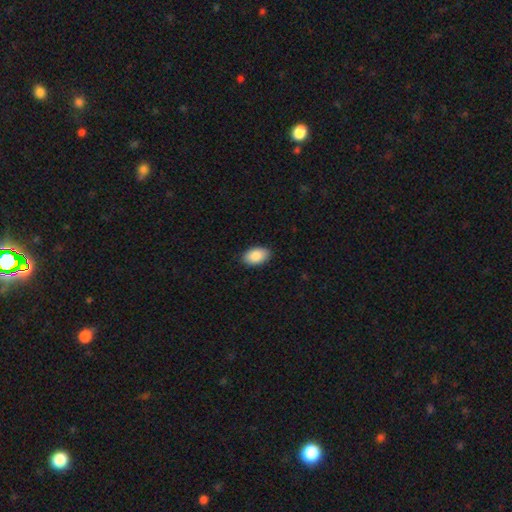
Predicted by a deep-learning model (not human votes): A smooth galaxy with no disk features (88%) that is in between round and cigar-shaped (93%).

Vote fractions:
- Smooth or featured? smooth: 88% / star or artifact: 6% / featured or disk: 5%
- How rounded? in between: 93% / round: 5% / cigar-shaped: 1%
- Merging? none: 88% / minor disturbance: 9% / major disturbance: 2% / merger: 1%